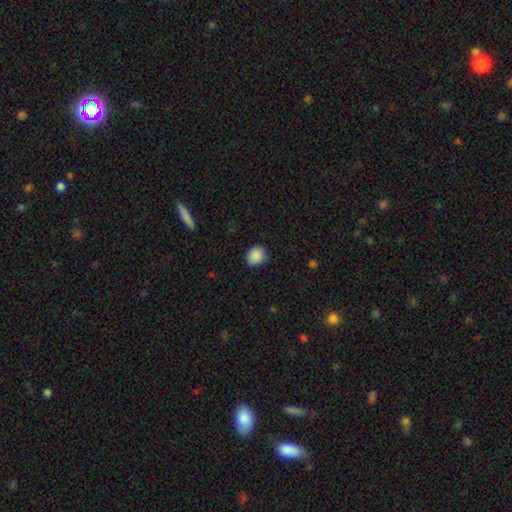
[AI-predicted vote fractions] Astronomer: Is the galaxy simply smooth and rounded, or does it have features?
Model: smooth — 89%.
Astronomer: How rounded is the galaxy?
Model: round — 60% (runner-up: in between, 39%).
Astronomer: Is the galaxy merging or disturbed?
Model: none — 82%.